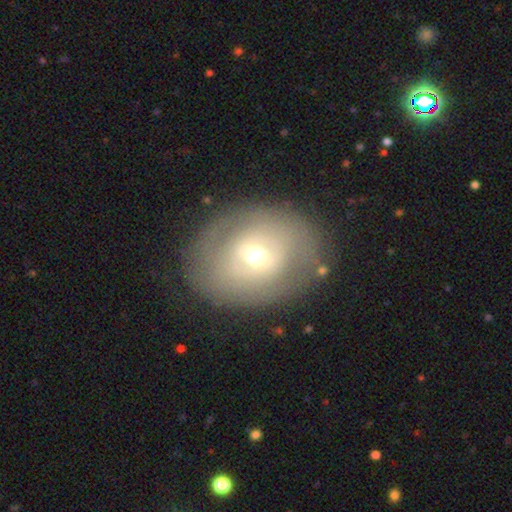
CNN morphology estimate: smooth-or-featured: featured or disk: 55% | smooth: 37% | star or artifact: 8%
  disk-edge-on: no: 94% | yes: 6%
    bar: no: 51% | weak: 36% | strong: 13%
    has-spiral-arms: no: 64% | yes: 36%
    bulge-size: moderate: 51% | small: 43% | large: 5% | dominant: 1% | none: 1%
  merging: none: 78% | minor disturbance: 14% | major disturbance: 6% | merger: 2%